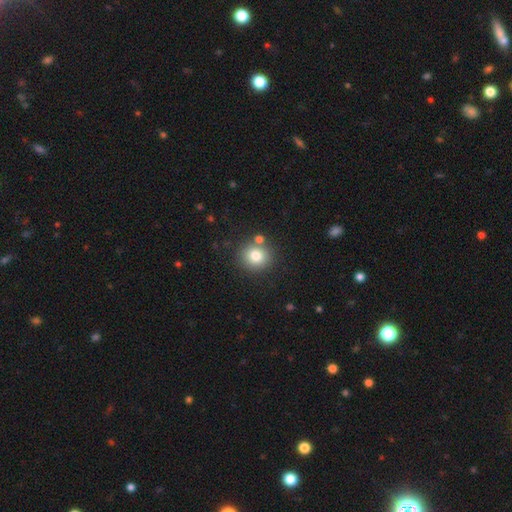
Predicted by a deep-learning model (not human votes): This is likely a smooth galaxy (80%). How rounded: clearly round (88%). Merging: likely none (80%).